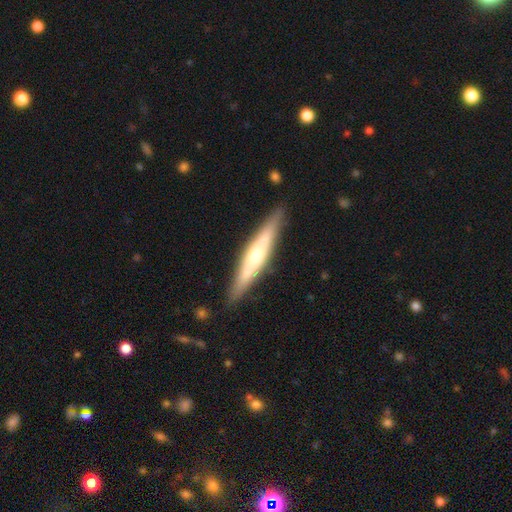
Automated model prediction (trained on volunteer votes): Smooth or featured? featured or disk (57%)
Edge-on disk? yes (91%)
Edge-on bulge? rounded (74%)
Merging? none (87%)